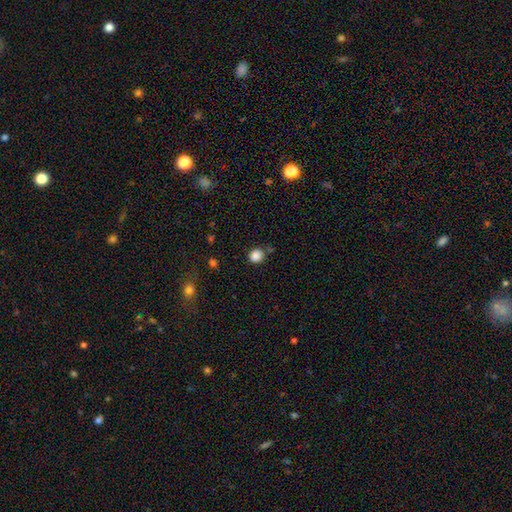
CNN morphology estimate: Overall: smooth (86%). How rounded: round (87%). Merging: none (79%).